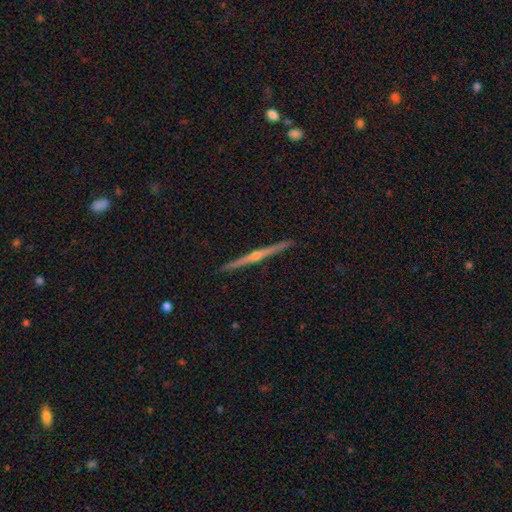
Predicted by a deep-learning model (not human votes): This is clearly a featured or disk galaxy (84%). It is clearly viewed edge-on (99%). Edge-on bulge: clearly rounded (88%). Merging: clearly none (93%).